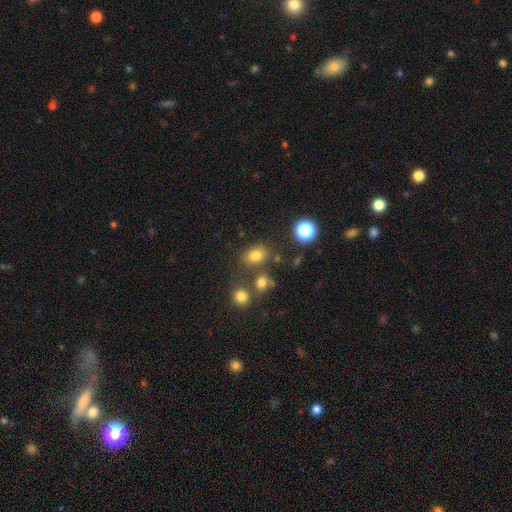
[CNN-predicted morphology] Smooth or featured? smooth (77%)
How rounded? in between (61%)
Merging? none (70%)